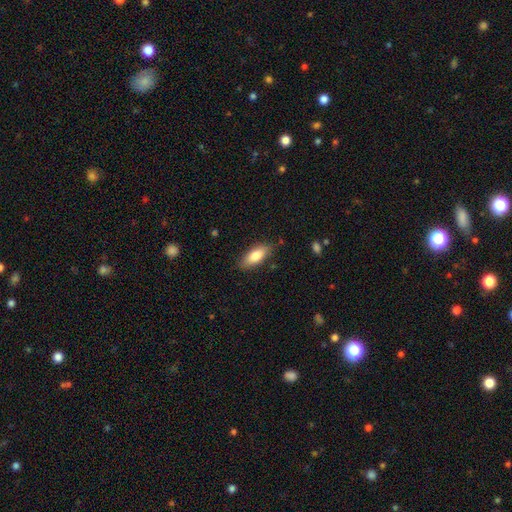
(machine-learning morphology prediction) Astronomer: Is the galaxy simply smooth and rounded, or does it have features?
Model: smooth — 80%.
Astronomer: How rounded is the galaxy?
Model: in between — 78%.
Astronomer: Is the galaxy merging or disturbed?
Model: none — 83%.